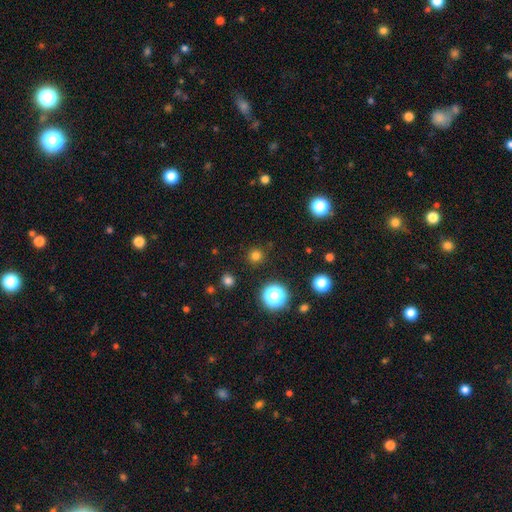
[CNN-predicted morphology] smooth_or_featured: smooth (p=0.75) [alt: star or artifact p=0.21]
how_rounded: round (p=0.95) [alt: in between p=0.04]
merging: none (p=0.91) [alt: minor disturbance p=0.05]